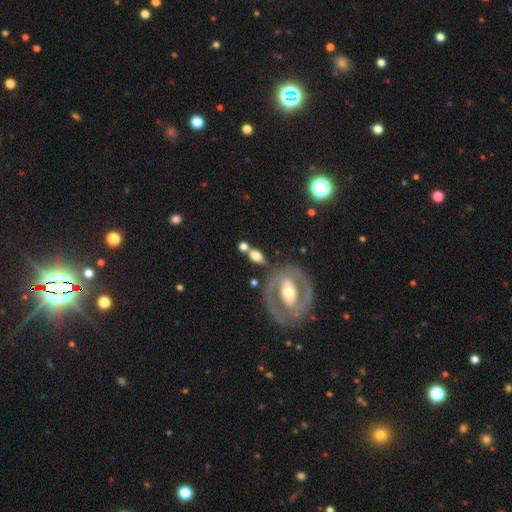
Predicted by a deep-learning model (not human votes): Morphology: type=smooth (51%); roundness=in between (70%); merging=none (60%).